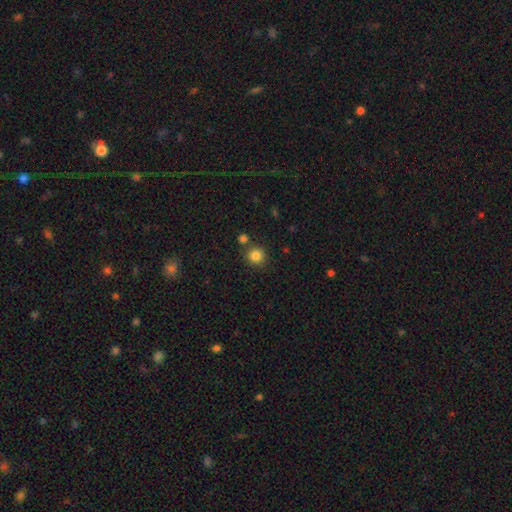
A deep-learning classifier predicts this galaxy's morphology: The model was most divided on "merging": none: 79%, merger: 10%, minor disturbance: 8%, major disturbance: 3%. More confident: how rounded — round (92%); smooth or featured — smooth (84%).